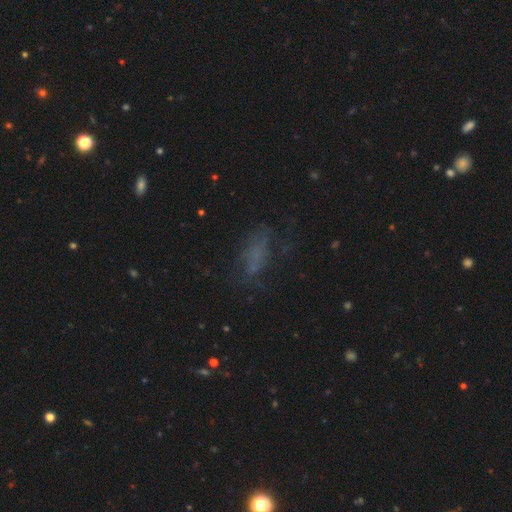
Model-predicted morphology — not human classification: Smooth or featured? smooth (50%)
Merging? none (53%)